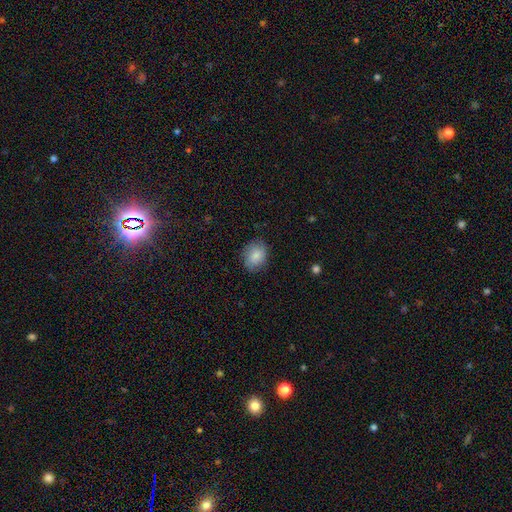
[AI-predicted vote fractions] A smooth galaxy with no disk features (82%) that is in between round and cigar-shaped (58%). Merging: none (80%).